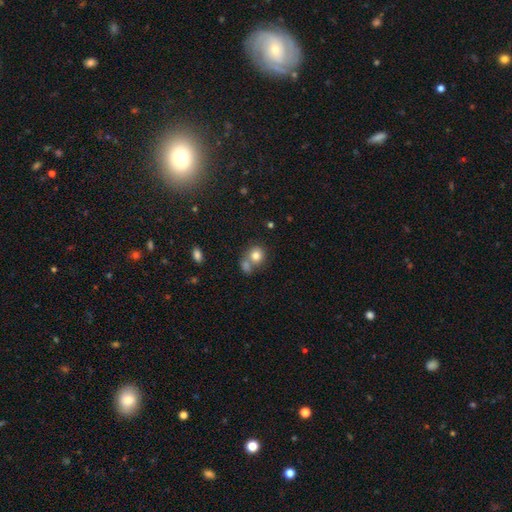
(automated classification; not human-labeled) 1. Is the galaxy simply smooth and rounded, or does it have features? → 80% smooth, 10% featured or disk, 10% star or artifact.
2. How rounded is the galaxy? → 78% round, 21% in between, 1% cigar-shaped.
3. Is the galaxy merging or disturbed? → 43% none (tied), 43% merger (tied), 10% minor disturbance, 4% major disturbance.